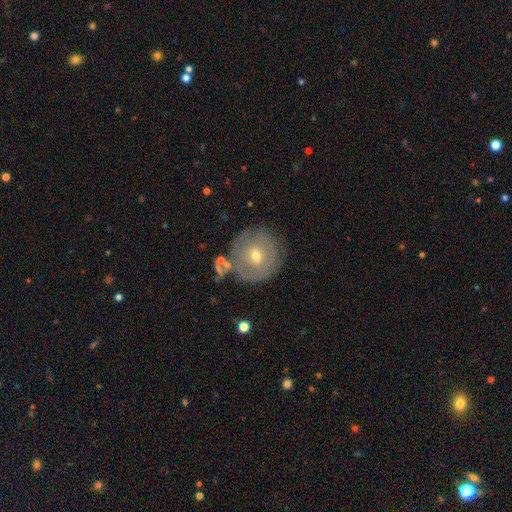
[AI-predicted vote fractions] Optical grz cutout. It shows a featured or disk galaxy (60%) with no bar (73%), spiral arms (61%) and a moderate central bulge (53%). Merging: none (76%).